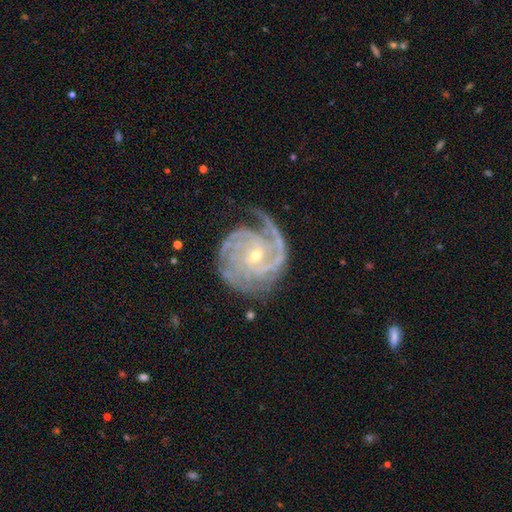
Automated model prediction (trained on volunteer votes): Overall: featured or disk (91%). Edge-on disk: no (98%). Bar: no (51%; weak 37%). Spiral arms: yes (98%). Spiral arm count: 3 (26%; 2 22%). Spiral winding: tight (65%; medium 29%). Bulge size: small (69%). Merging: none (66%).